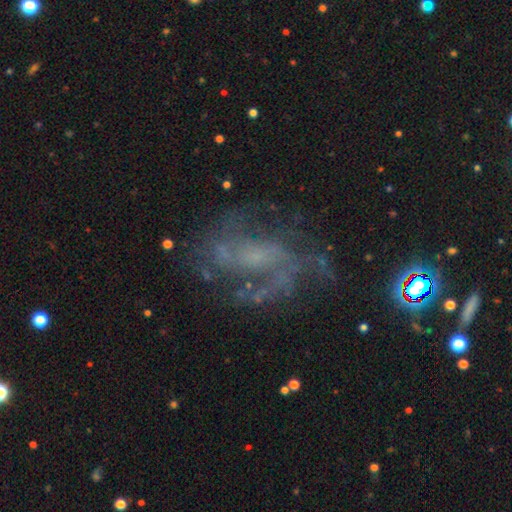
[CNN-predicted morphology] smooth_or_featured: featured or disk (p=0.77) [alt: star or artifact p=0.14]
disk_edge_on: no (p=0.97) [alt: yes p=0.03]
bar: no (p=0.50) [alt: weak p=0.39]
has_spiral_arms: yes (p=0.87) [alt: no p=0.13]
spiral_winding: medium (p=0.46) [alt: loose p=0.33]
spiral_arm_count: 2 (p=0.42) [alt: can't tell p=0.27]
bulge_size: none (p=0.44) [alt: small p=0.38]
merging: none (p=0.59) [alt: major disturbance p=0.21]